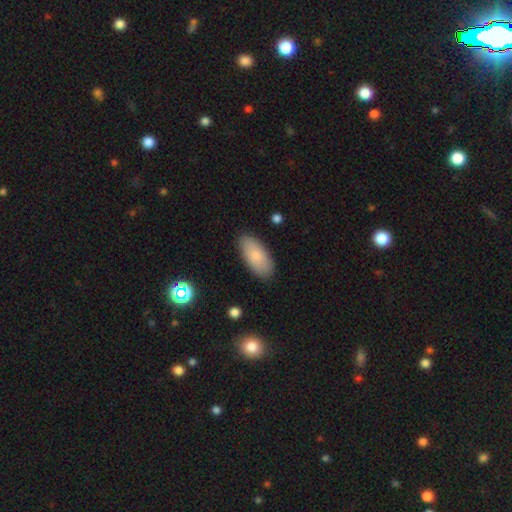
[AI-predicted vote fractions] Smooth or featured?
  - smooth: 80% *
  - featured or disk: 13%
  - star or artifact: 7%
How rounded?
  - in between: 91% *
  - cigar-shaped: 7%
  - round: 2%
Merging?
  - none: 86% *
  - minor disturbance: 10%
  - major disturbance: 2%
  - merger: 1%